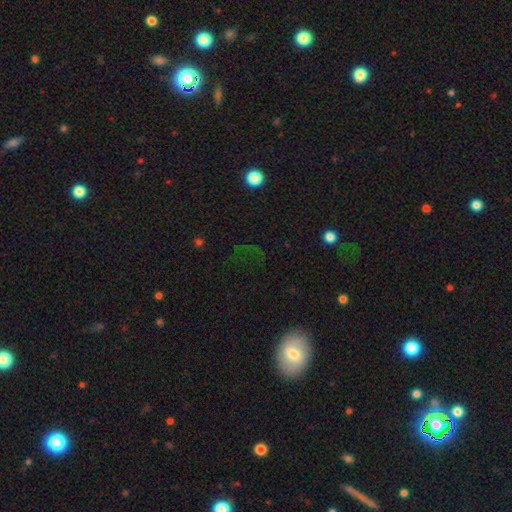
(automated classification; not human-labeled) smooth_or_featured: star or artifact (p=0.48) [alt: smooth p=0.33]